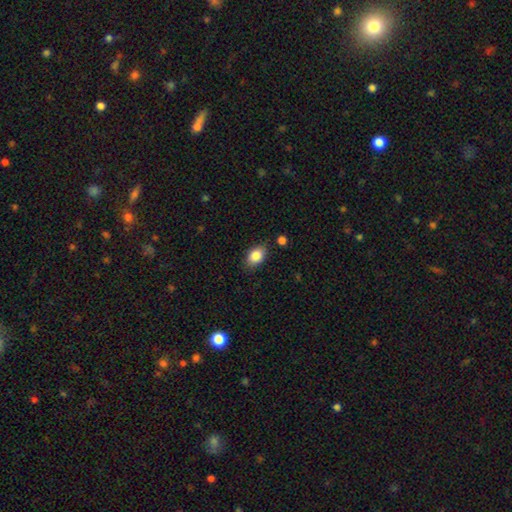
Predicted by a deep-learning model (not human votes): This is clearly a smooth galaxy (86%). How rounded: likely in between (80%). Merging: clearly none (81%).